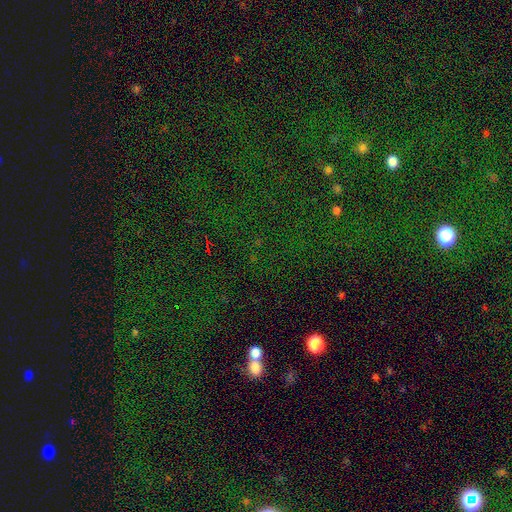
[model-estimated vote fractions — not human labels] This is likely a star or artifact rather than a galaxy (79%).